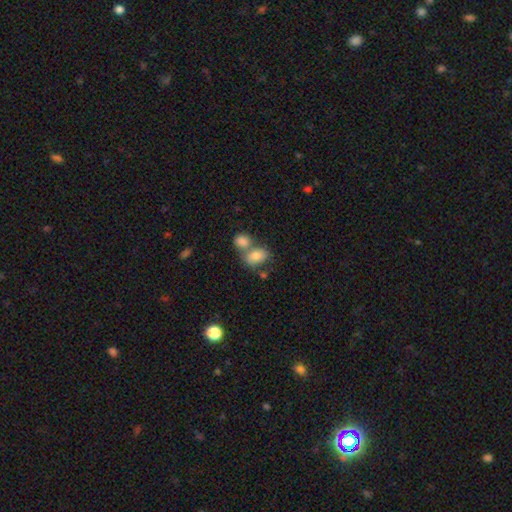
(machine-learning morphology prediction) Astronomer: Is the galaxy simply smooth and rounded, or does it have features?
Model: smooth — 79%.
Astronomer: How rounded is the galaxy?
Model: in between — 75%.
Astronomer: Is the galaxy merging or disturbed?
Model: merger — 48% (runner-up: none, 37%).